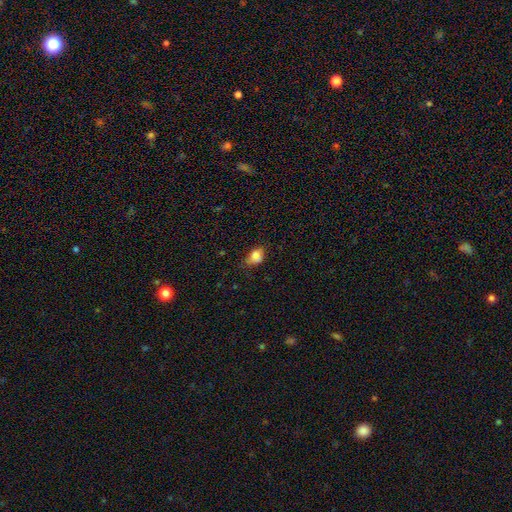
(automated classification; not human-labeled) This is clearly a smooth galaxy (80%). How rounded: likely in between (73%). Merging: possibly none (56%).